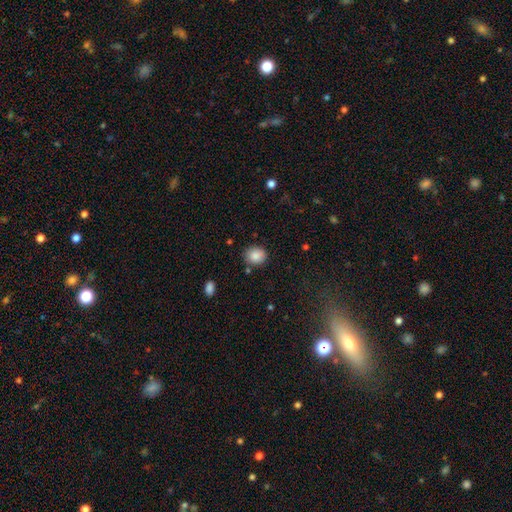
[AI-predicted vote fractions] A smooth galaxy with no disk features (87%) that is round (72%).

Vote fractions:
- Smooth or featured? smooth: 87% / star or artifact: 8% / featured or disk: 5%
- How rounded? round: 72% / in between: 27% / cigar-shaped: 1%
- Merging? none: 83% / minor disturbance: 11% / merger: 3% / major disturbance: 3%